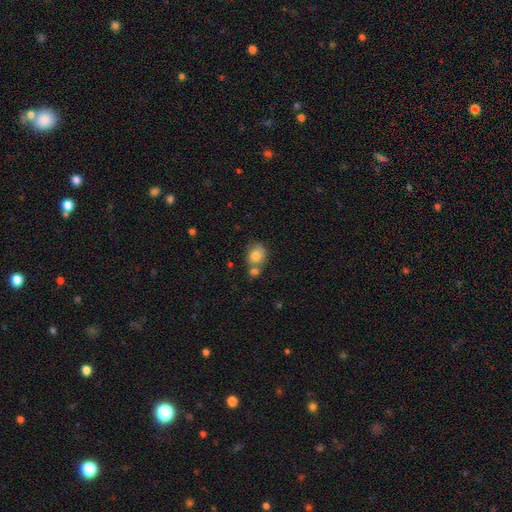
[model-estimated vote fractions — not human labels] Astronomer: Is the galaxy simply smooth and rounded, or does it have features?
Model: smooth — 81%.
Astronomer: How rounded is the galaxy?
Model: round — 56% (runner-up: in between, 43%).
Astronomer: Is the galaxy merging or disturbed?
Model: none — 50% (runner-up: merger, 33%).